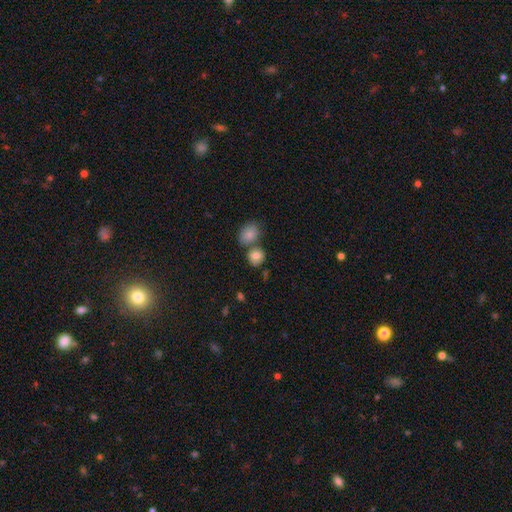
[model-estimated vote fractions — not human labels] smooth-or-featured: smooth: 82% | star or artifact: 9% | featured or disk: 9%
  how-rounded: round: 73% | in between: 26% | cigar-shaped: 1%
  merging: none: 57% | merger: 29% | minor disturbance: 11% | major disturbance: 3%